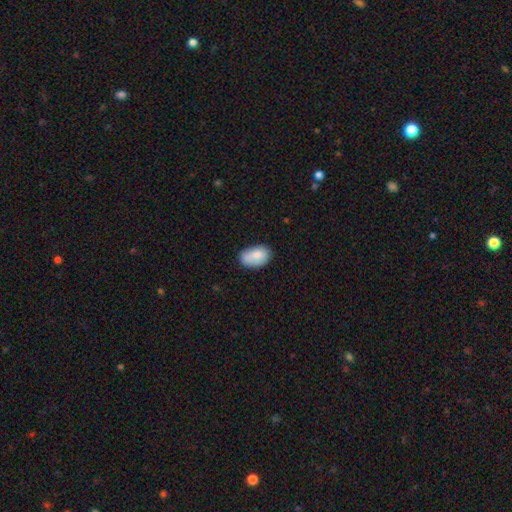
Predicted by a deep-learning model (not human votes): smooth 83%, featured or disk 10%, star or artifact 7%. Down the decision tree: how rounded — in between (90%); merging — none (66%).